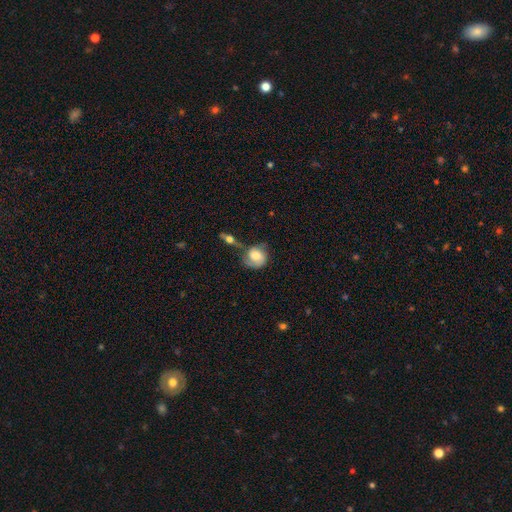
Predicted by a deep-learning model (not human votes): smooth_or_featured: smooth (p=0.51) [alt: featured or disk p=0.41]
how_rounded: round (p=0.76) [alt: in between p=0.22]
merging: none (p=0.41) [alt: minor disturbance p=0.24]